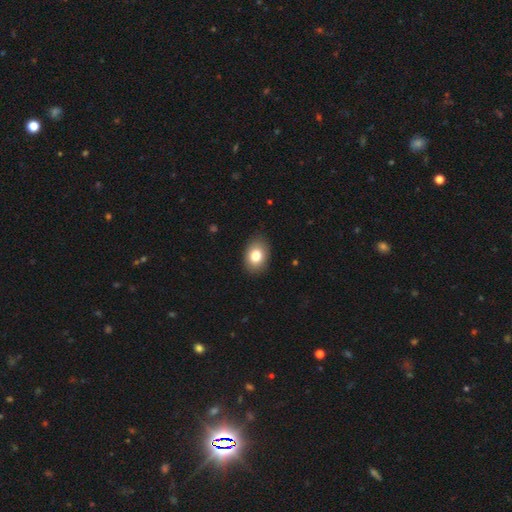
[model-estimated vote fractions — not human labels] The model was most divided on "how rounded": in between: 75%, round: 24%, cigar-shaped: 1%. More confident: merging — none (86%); smooth or featured — smooth (81%).